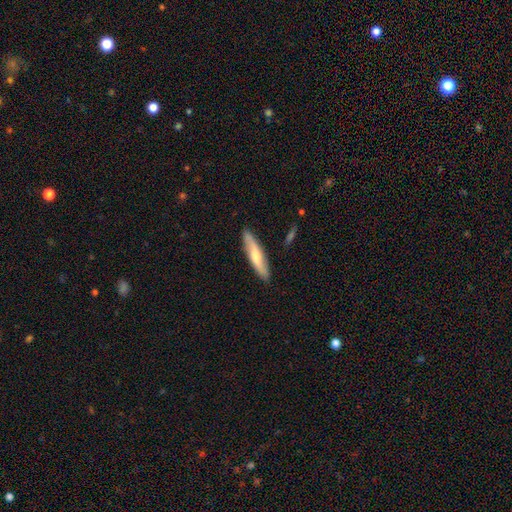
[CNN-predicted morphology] Smooth or featured?
  - smooth: 52% *
  - featured or disk: 43%
  - star or artifact: 5%
How rounded?
  - cigar-shaped: 81% *
  - in between: 17%
  - round: 2%
Merging?
  - none: 87% *
  - minor disturbance: 9%
  - major disturbance: 2%
  - merger: 1%